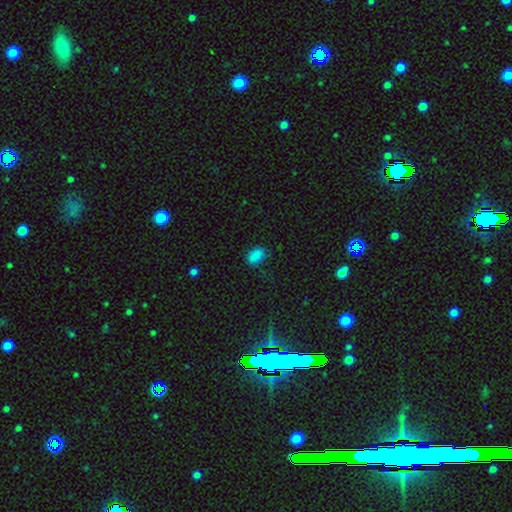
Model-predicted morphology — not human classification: smooth-or-featured: smooth: 83% | star or artifact: 12% | featured or disk: 4%
  how-rounded: in between: 88% | round: 10% | cigar-shaped: 2%
  merging: none: 72% | minor disturbance: 21% | major disturbance: 6% | merger: 2%